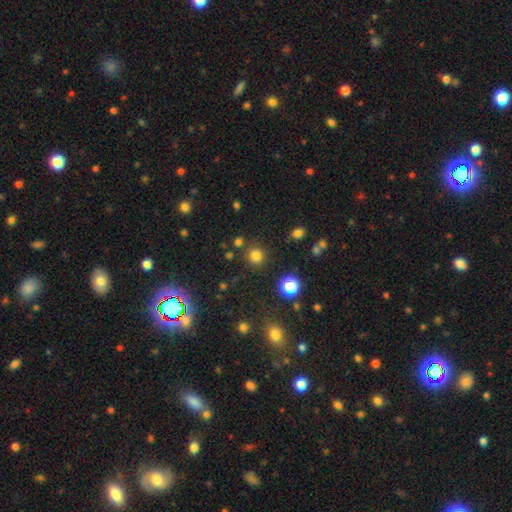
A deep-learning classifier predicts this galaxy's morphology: Smooth or featured? smooth (77%)
How rounded? round (91%)
Merging? none (85%)